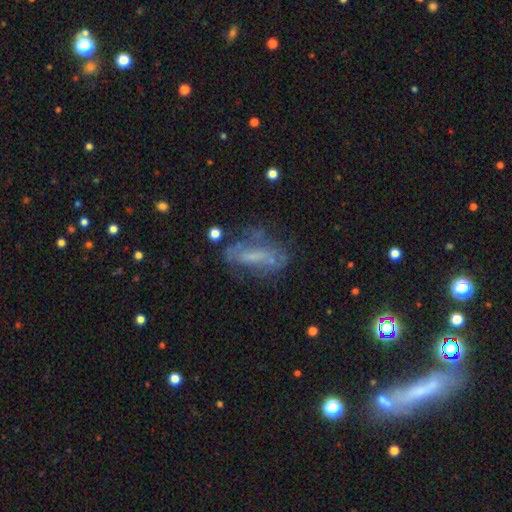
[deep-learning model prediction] Smooth or featured? Predicted: featured or disk (p=0.49). Merging? Predicted: none (p=0.51).